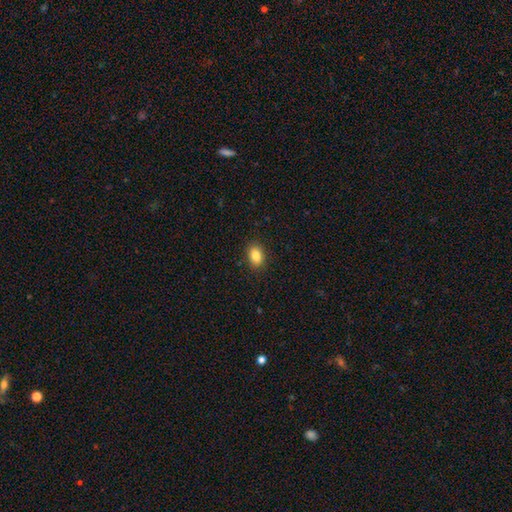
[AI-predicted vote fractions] smooth_or_featured: smooth (p=0.86) [alt: star or artifact p=0.09]
how_rounded: in between (p=0.79) [alt: round p=0.20]
merging: none (p=0.89) [alt: minor disturbance p=0.08]